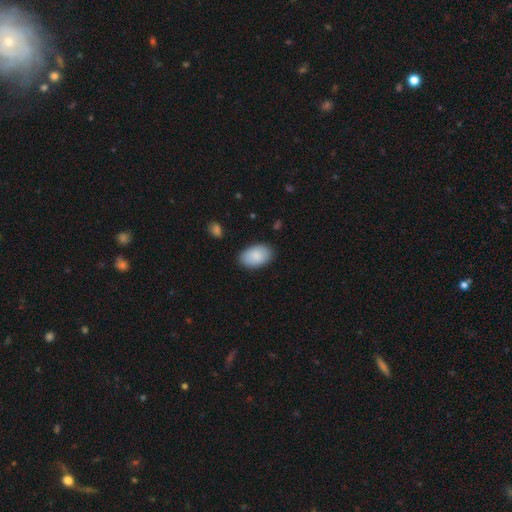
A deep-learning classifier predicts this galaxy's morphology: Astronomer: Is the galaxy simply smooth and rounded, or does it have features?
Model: smooth — 88%.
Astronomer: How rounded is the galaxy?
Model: in between — 93%.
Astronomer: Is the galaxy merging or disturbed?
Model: none — 85%.